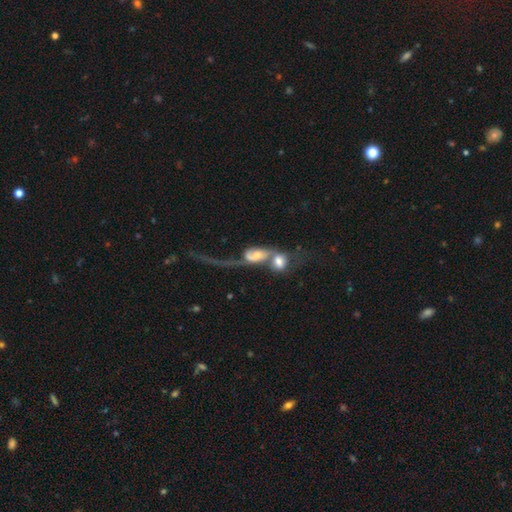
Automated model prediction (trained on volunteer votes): Smooth or featured? featured or disk (59%)
Edge-on disk? no (92%)
Bar? no (57%)
Spiral arms? yes (77%)
Bulge size? moderate (38%)
Merging? merger (76%)